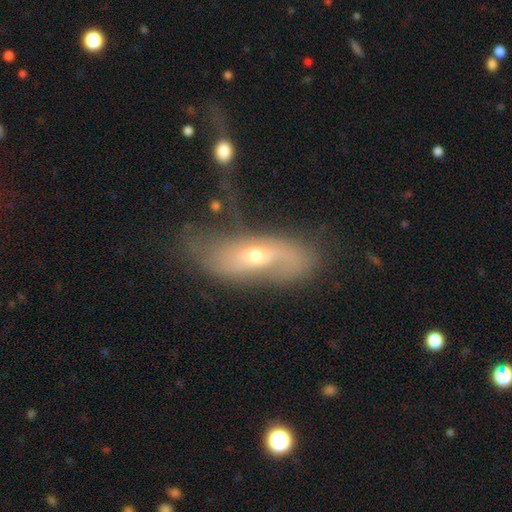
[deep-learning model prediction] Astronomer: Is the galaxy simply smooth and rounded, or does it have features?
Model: featured or disk — 64%.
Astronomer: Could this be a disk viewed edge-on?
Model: no — 81%.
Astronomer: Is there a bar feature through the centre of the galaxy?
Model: no — 58%.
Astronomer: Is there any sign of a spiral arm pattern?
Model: yes — 71%.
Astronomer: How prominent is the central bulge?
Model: small — 48%, tied with moderate at 48%.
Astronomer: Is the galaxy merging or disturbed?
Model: none — 43% (runner-up: minor disturbance, 26%).